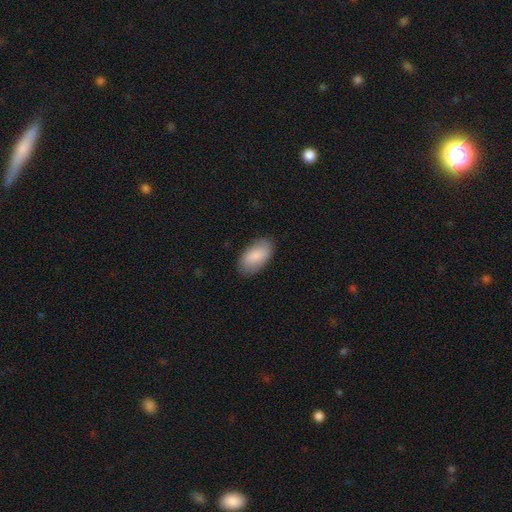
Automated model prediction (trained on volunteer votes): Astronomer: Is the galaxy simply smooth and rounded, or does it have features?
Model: smooth — 85%.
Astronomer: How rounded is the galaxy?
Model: in between — 94%.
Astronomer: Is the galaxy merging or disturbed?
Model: none — 85%.